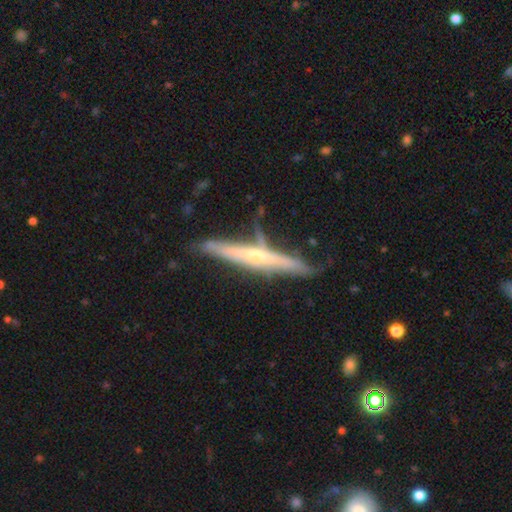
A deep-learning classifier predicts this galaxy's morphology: featured or disk 71%, smooth 23%, star or artifact 6%. Down the decision tree: edge-on disk — yes (94%); edge-on bulge — rounded (63%); merging — none (66%).